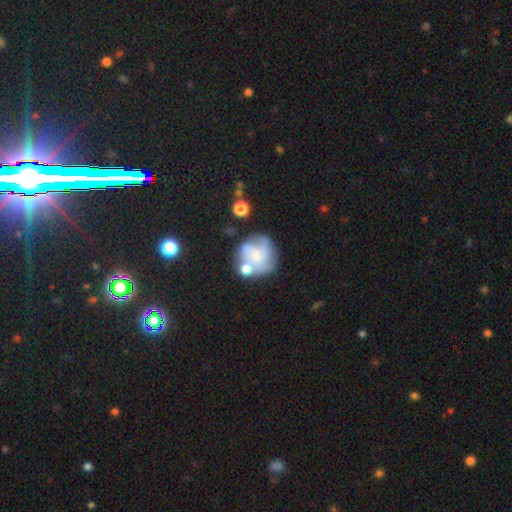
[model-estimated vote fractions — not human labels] Morphology: type=featured or disk (65%); edge-on=no (98%); bar=no (66%); spiral arms=yes (84%); winding=medium (42%); arm count=3 (36%); bulge=small (56%); merging=none (51%).